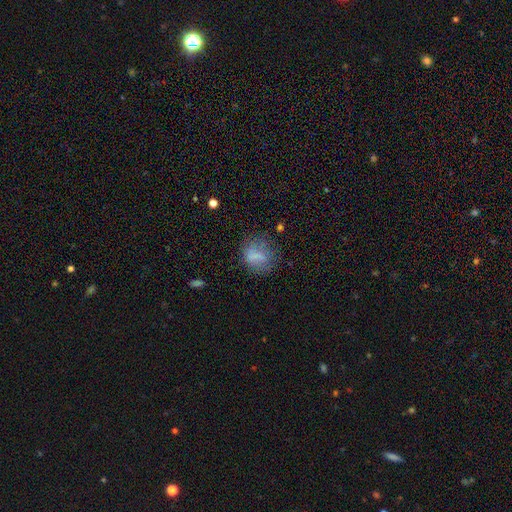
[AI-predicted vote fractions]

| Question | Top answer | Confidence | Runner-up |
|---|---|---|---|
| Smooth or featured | smooth | 67% | featured or disk (22%) |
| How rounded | round | 55% | in between (42%) |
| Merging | none | 56% | minor disturbance (23%) |